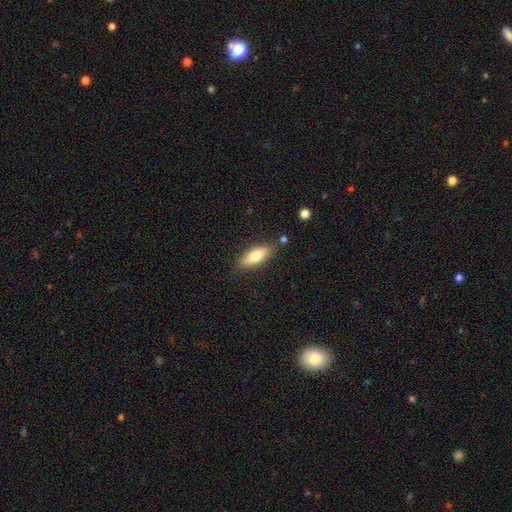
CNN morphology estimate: smooth 77%, featured or disk 17%, star or artifact 7%. Down the decision tree: how rounded — in between (76%); merging — none (82%).